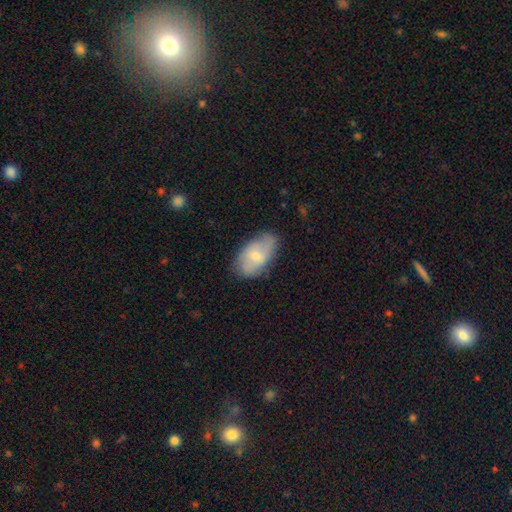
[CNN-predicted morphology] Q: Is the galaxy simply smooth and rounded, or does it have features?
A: smooth — 55%.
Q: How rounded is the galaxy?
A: in between — 92%.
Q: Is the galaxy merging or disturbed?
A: none — 70%.